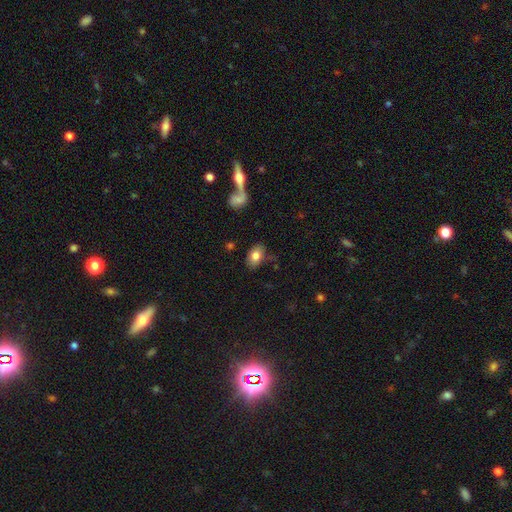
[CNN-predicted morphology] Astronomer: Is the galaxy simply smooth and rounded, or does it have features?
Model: smooth — 80%.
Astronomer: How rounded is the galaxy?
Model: in between — 87%.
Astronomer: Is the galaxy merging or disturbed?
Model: none — 78%.